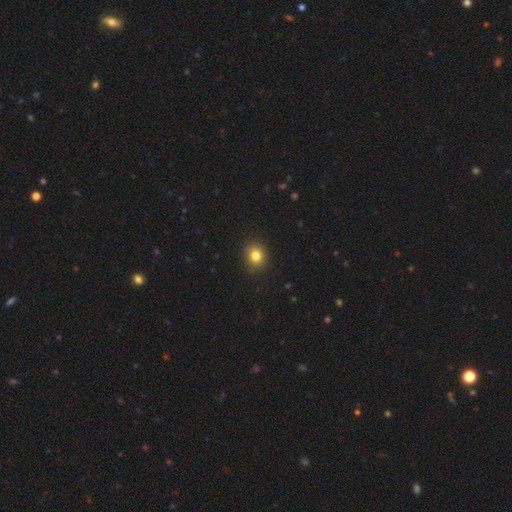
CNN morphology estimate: Smooth or featured: smooth — 81% (star or artifact — 12%)
How rounded: round — 79% (in between — 20%)
Merging: none — 89% (minor disturbance — 8%)